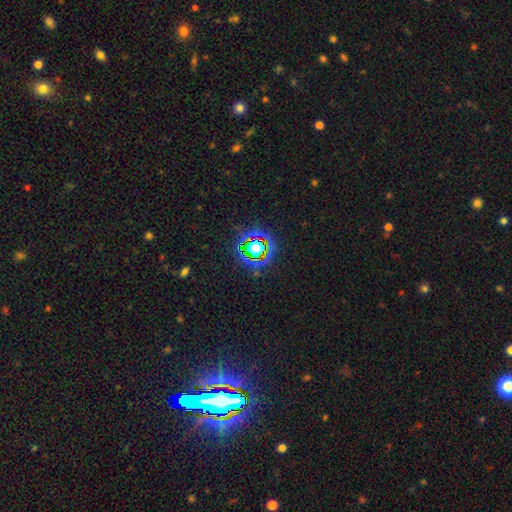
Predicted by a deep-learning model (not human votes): This appears to be a star or artifact, not a galaxy (77%).